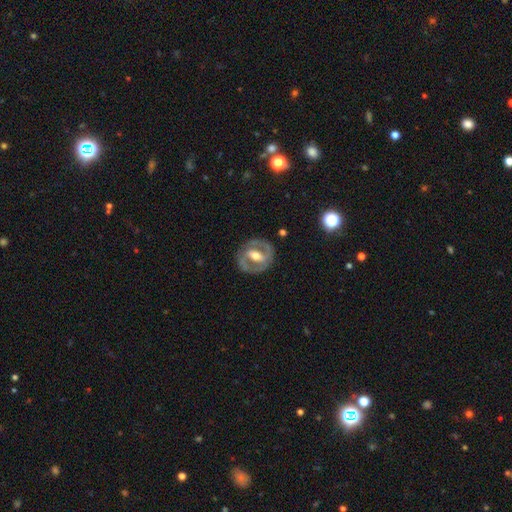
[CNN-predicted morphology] The model was most divided on "spiral winding": medium: 45%, tight: 43%, loose: 12%. Remaining: edge-on disk — no (96%); spiral arm count — 2 (86%); merging — none (83%); smooth or featured — featured or disk (80%); spiral arms — yes (74%); bulge size — moderate (69%); bar — strong (46%).